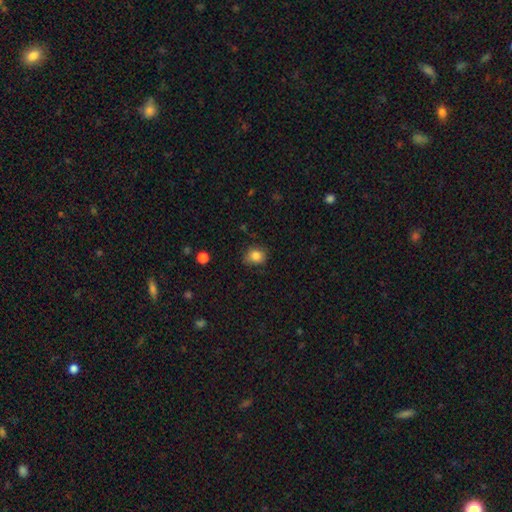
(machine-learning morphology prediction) A smooth galaxy with no disk features (84%) that is round (60%). Merging: none (68%).